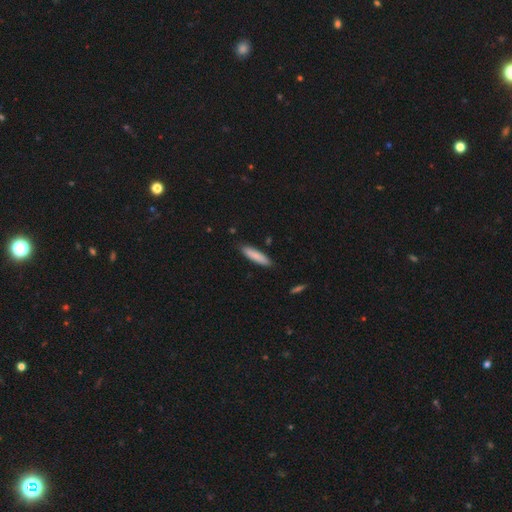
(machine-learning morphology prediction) The model was most divided on "how rounded": cigar-shaped: 76%, in between: 23%, round: 1%. More confident: merging — none (87%); smooth or featured — smooth (84%).